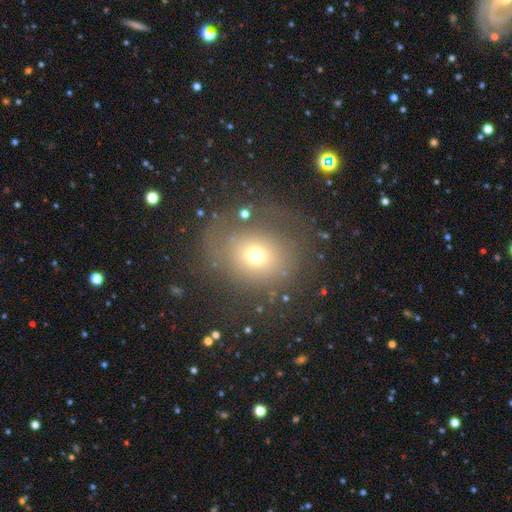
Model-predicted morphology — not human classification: A smooth galaxy with no disk features (65%) that is round (78%).

Vote fractions:
- Smooth or featured? smooth: 65% / star or artifact: 18% / featured or disk: 17%
- How rounded? round: 78% / in between: 21% / cigar-shaped: 1%
- Merging? none: 61% / major disturbance: 19% / minor disturbance: 17% / merger: 3%